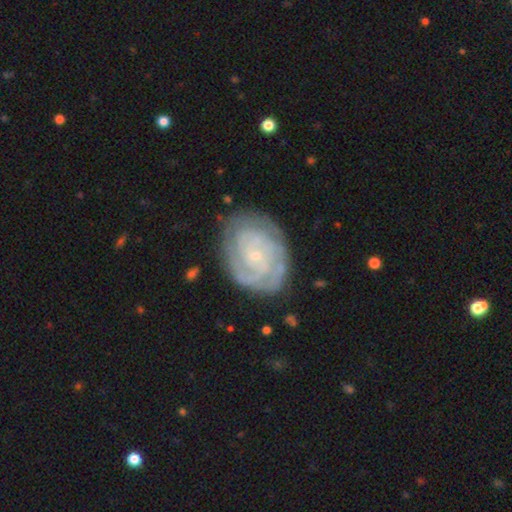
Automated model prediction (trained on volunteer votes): Smooth or featured?
  - featured or disk: 83% *
  - smooth: 12%
  - star or artifact: 6%
Edge-on disk?
  - no: 98% *
  - yes: 2%
Bar?
  - no: 75% *
  - weak: 21%
  - strong: 4%
Spiral arms?
  - yes: 94% *
  - no: 6%
Spiral winding?
  - tight: 75% *
  - medium: 20%
  - loose: 5%
Spiral arm count?
  - can't tell: 35% *
  - 2: 24%
  - 3: 19%
  - 4: 10%
  - more than 4: 6%
  - 1: 6%
Bulge size?
  - small: 84% *
  - moderate: 12%
  - none: 2%
  - large: 1%
  - dominant: 1%
Merging?
  - none: 76% *
  - minor disturbance: 17%
  - major disturbance: 5%
  - merger: 1%